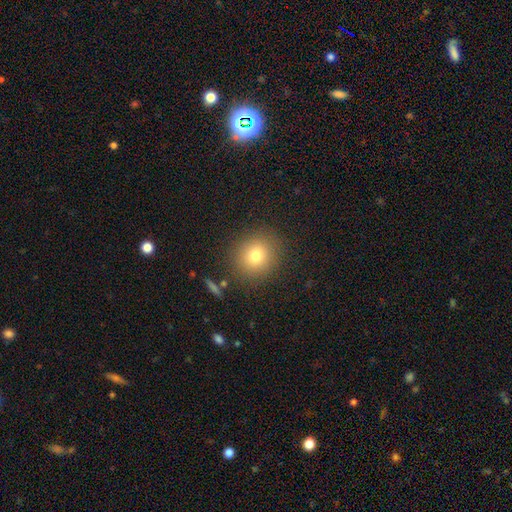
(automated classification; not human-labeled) A smooth galaxy with no disk features (77%) that is round (85%). Merging: none (87%).